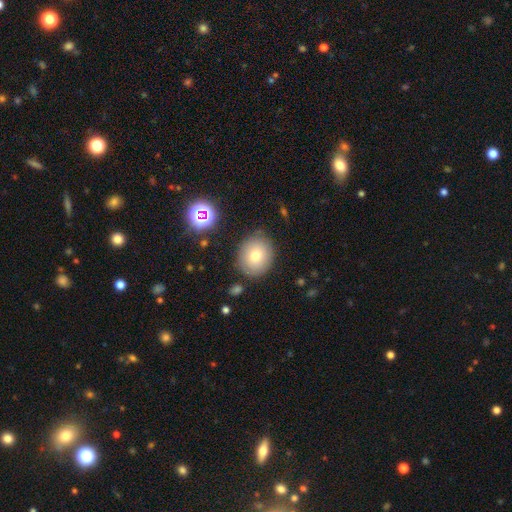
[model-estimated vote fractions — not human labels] Q: Smooth or featured?
A: smooth (73%); runner-up: featured or disk (16%)
Q: How rounded?
A: round (74%); runner-up: in between (25%)
Q: Merging?
A: none (82%); runner-up: minor disturbance (12%)